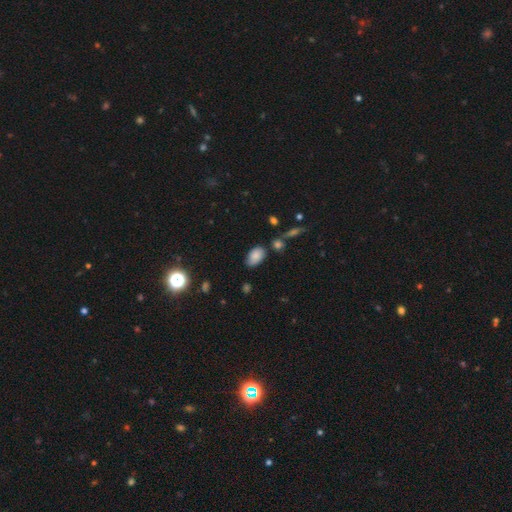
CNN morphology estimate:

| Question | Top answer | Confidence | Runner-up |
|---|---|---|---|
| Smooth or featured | smooth | 83% | star or artifact (9%) |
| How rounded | in between | 91% | round (7%) |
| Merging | none | 66% | minor disturbance (24%) |